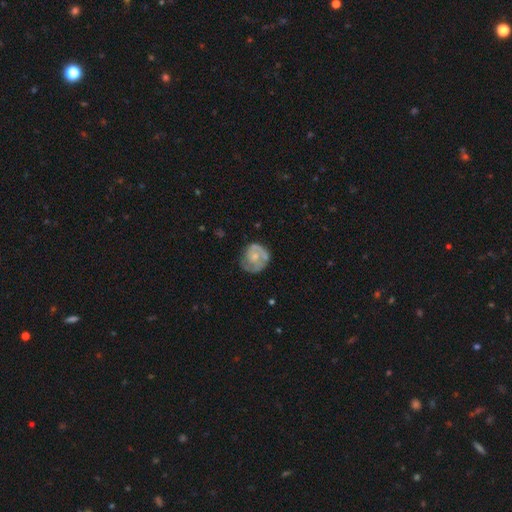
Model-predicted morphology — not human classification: A featured or disk galaxy (55%) with no bar (81%), spiral arms (63%) and a small central bulge (50%).

Vote fractions:
- Smooth or featured? featured or disk: 55% / smooth: 39% / star or artifact: 6%
- Edge-on disk? no: 98% / yes: 2%
- Bar? no: 81% / weak: 17% / strong: 3%
- Spiral arms? yes: 63% / no: 37%
- Bulge size? small: 50% / moderate: 38% / none: 9% / large: 3% / dominant: 1%
- Merging? none: 58% / minor disturbance: 26% / major disturbance: 14% / merger: 2%